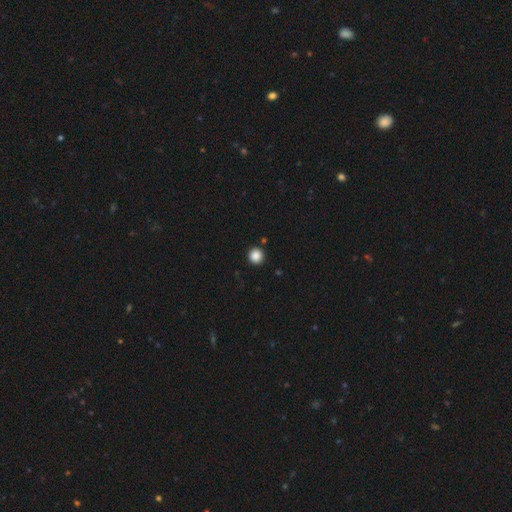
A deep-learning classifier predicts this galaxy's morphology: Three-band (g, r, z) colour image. It shows a smooth galaxy with no disk features (86%) that is round (95%). Merging: none (92%).